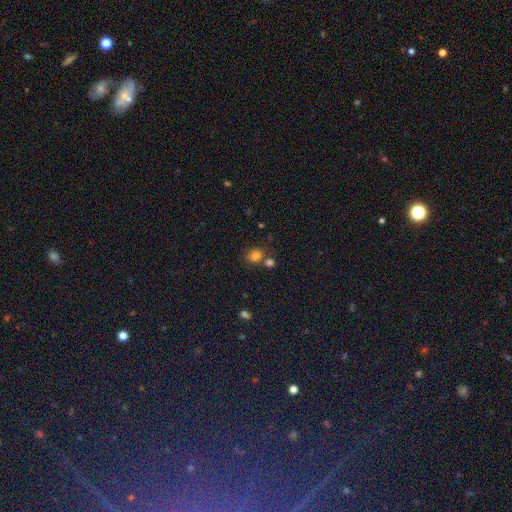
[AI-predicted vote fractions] smooth_or_featured: smooth (p=0.79) [alt: star or artifact p=0.14]
how_rounded: round (p=0.54) [alt: in between p=0.45]
merging: none (p=0.64) [alt: merger p=0.19]